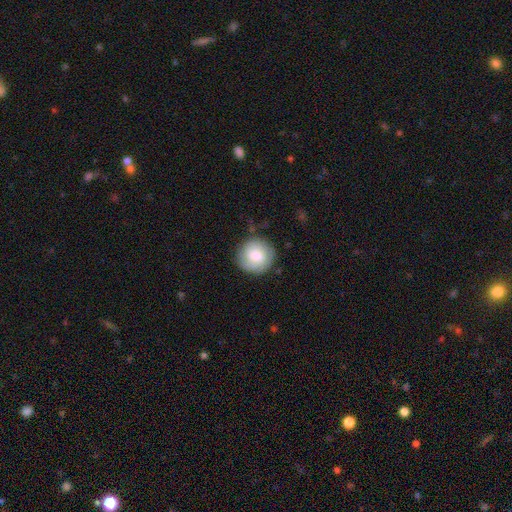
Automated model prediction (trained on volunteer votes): Smooth or featured?
  - smooth: 61% *
  - featured or disk: 32%
  - star or artifact: 7%
How rounded?
  - round: 92% *
  - in between: 7%
  - cigar-shaped: 1%
Merging?
  - none: 82% *
  - minor disturbance: 13%
  - major disturbance: 4%
  - merger: 1%